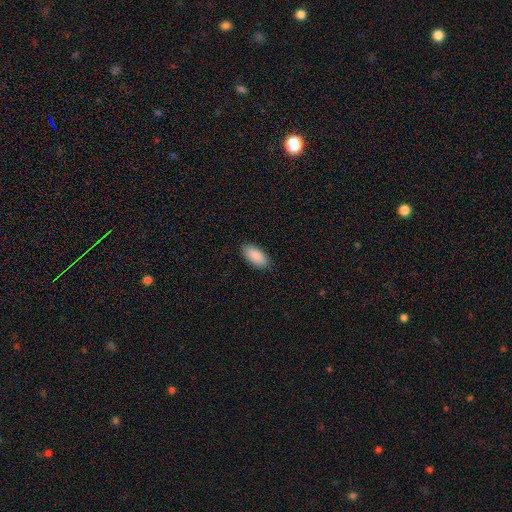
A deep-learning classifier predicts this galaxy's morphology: Smooth or featured? smooth (90%)
How rounded? in between (90%)
Merging? none (88%)